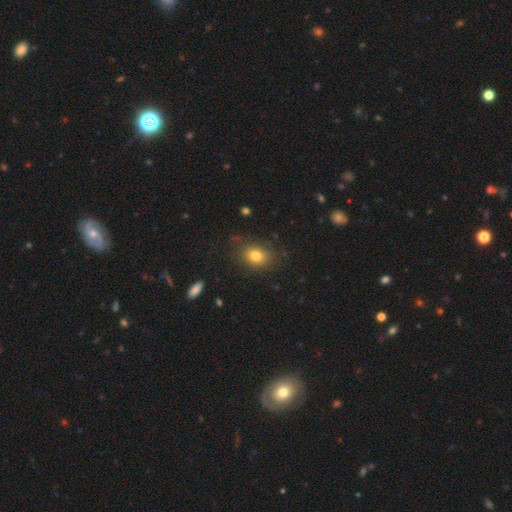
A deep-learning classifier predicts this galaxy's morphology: smooth-or-featured: smooth: 79% | star or artifact: 11% | featured or disk: 9%
  how-rounded: in between: 56% | round: 43% | cigar-shaped: 1%
  merging: none: 78% | minor disturbance: 16% | major disturbance: 5% | merger: 2%